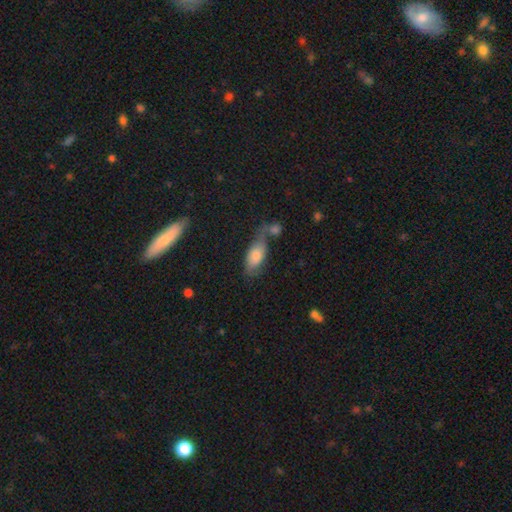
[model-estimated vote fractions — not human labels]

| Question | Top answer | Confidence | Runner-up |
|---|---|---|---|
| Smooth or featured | smooth | 76% | featured or disk (16%) |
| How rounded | in between | 86% | cigar-shaped (11%) |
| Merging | none | 46% | minor disturbance (22%) |